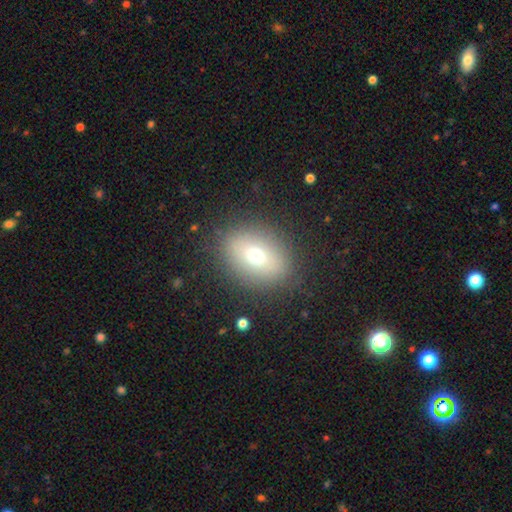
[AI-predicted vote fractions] This appears to be a smooth galaxy with no disk features (67%) that is in between round and cigar-shaped (63%). Merging: none (85%).